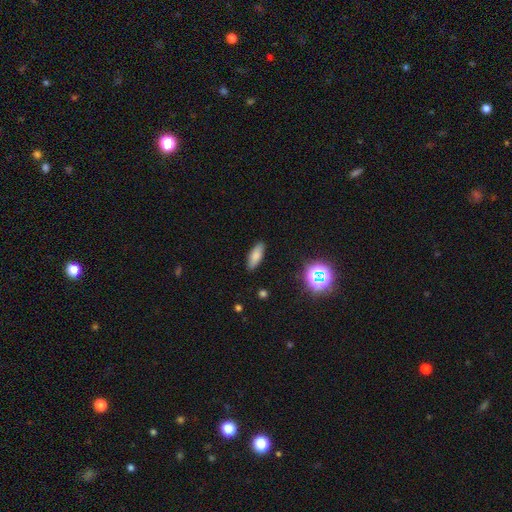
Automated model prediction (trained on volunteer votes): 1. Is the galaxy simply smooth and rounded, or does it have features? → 80% smooth, 11% star or artifact, 9% featured or disk.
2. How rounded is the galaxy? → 68% in between, 29% cigar-shaped, 3% round.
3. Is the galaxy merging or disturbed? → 88% none, 8% minor disturbance, 2% major disturbance, 1% merger.